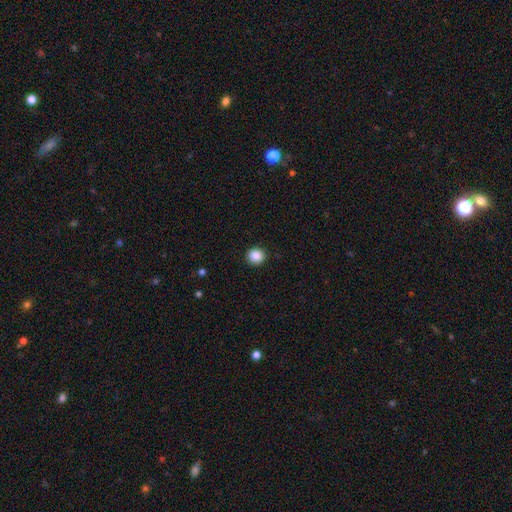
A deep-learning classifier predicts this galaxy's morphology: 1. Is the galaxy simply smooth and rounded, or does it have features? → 88% smooth, 9% star or artifact, 3% featured or disk.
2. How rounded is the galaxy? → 91% round, 8% in between, 1% cigar-shaped.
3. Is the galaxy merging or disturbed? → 92% none, 5% minor disturbance, 2% major disturbance, 1% merger.